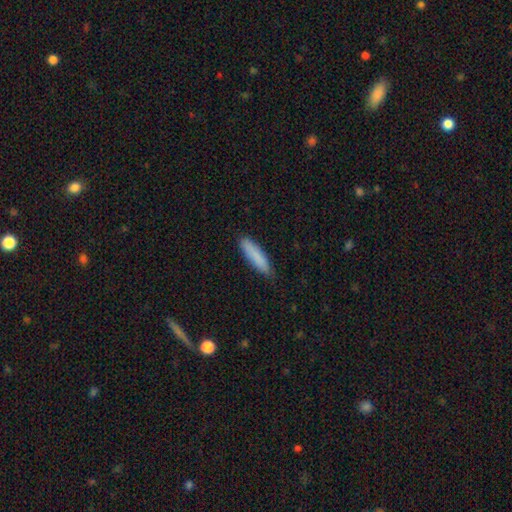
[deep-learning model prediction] A smooth galaxy with no disk features (85%) that is cigar-shaped (74%).

Vote fractions:
- Smooth or featured? smooth: 85% / featured or disk: 9% / star or artifact: 6%
- How rounded? cigar-shaped: 74% / in between: 24% / round: 1%
- Merging? none: 84% / minor disturbance: 13% / major disturbance: 2% / merger: 1%